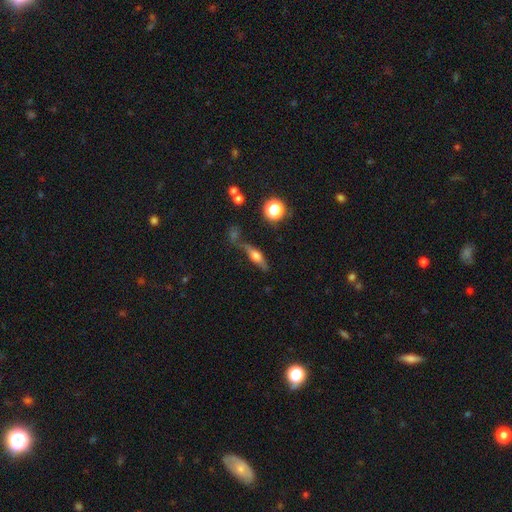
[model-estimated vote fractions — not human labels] smooth-or-featured: featured or disk: 50% | smooth: 40% | star or artifact: 10%
  merging: none: 60% | minor disturbance: 19% | merger: 13% | major disturbance: 9%